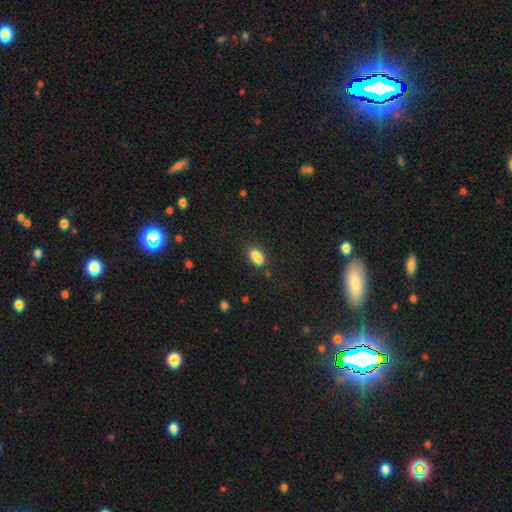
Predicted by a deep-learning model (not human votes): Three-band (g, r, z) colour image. It shows a smooth galaxy with no disk features (79%) that is in between round and cigar-shaped (81%). Merging: none (47%).